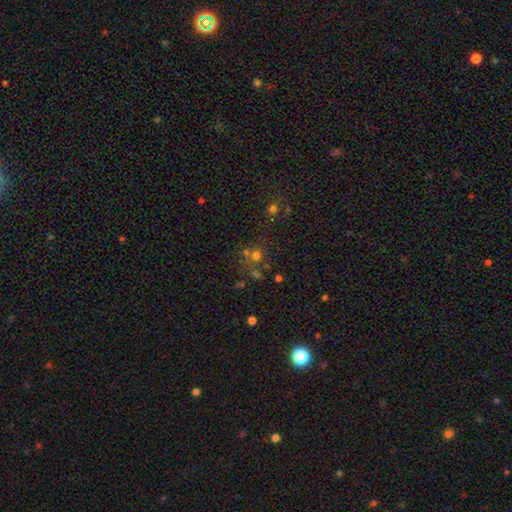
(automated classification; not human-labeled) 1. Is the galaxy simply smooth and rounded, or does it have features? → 58% smooth, 29% star or artifact, 13% featured or disk.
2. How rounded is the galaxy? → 85% round, 13% in between, 1% cigar-shaped.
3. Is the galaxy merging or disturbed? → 57% none, 24% merger, 11% minor disturbance, 7% major disturbance.